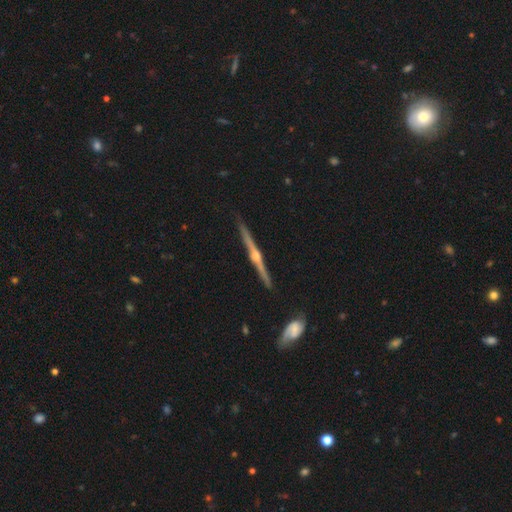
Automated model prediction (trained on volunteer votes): Smooth or featured? featured or disk (87%)
Edge-on disk? yes (98%)
Edge-on bulge? rounded (91%)
Merging? none (90%)